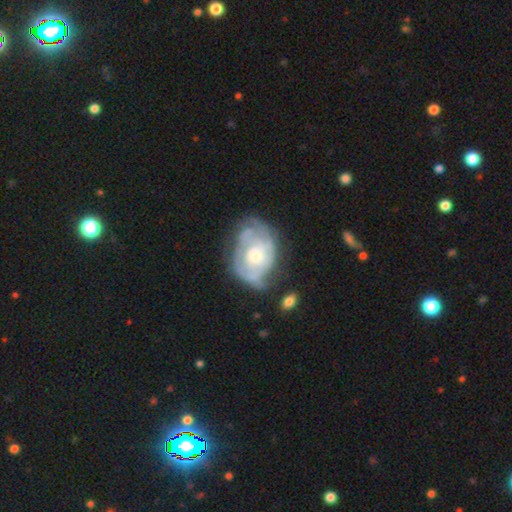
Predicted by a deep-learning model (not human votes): A featured or disk galaxy (74%) with no bar (77%), tight (60%) spiral arms (76%) and a moderate central bulge (57%).

Vote fractions:
- Smooth or featured? featured or disk: 74% / smooth: 20% / star or artifact: 6%
- Edge-on disk? no: 97% / yes: 3%
- Bar? no: 77% / weak: 19% / strong: 4%
- Spiral arms? yes: 76% / no: 24%
- Spiral winding? tight: 60% / medium: 29% / loose: 11%
- Spiral arm count? can't tell: 48% / 2: 27% / 3: 11% / 1: 7% / 4: 4% / more than 4: 3%
- Bulge size? moderate: 57% / small: 24% / large: 15% / none: 3% / dominant: 2%
- Merging? none: 54% / minor disturbance: 27% / major disturbance: 15% / merger: 4%